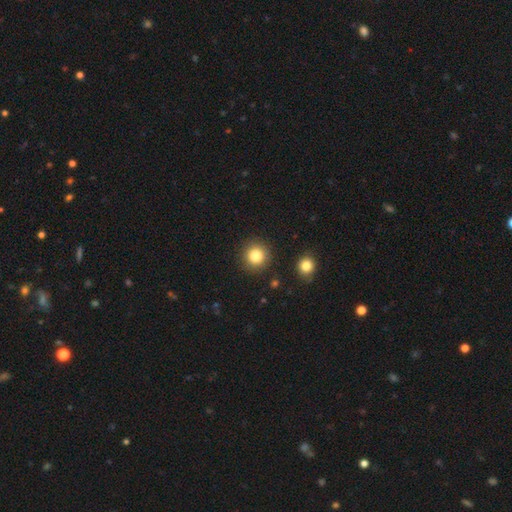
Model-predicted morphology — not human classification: A smooth galaxy with no disk features (83%) that is round (94%). Merging: none (88%).